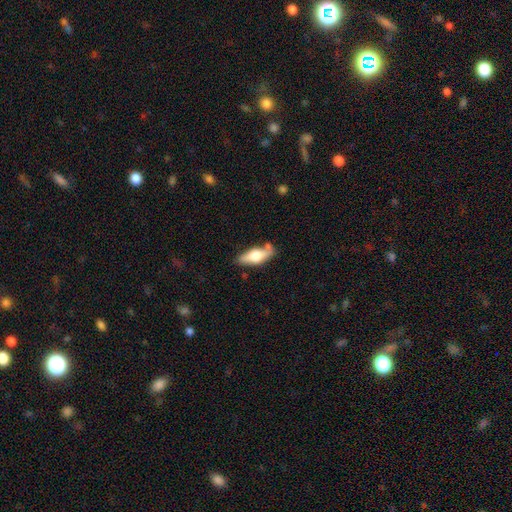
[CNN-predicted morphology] Smooth or featured? smooth (54%)
How rounded? in between (65%)
Merging? none (67%)